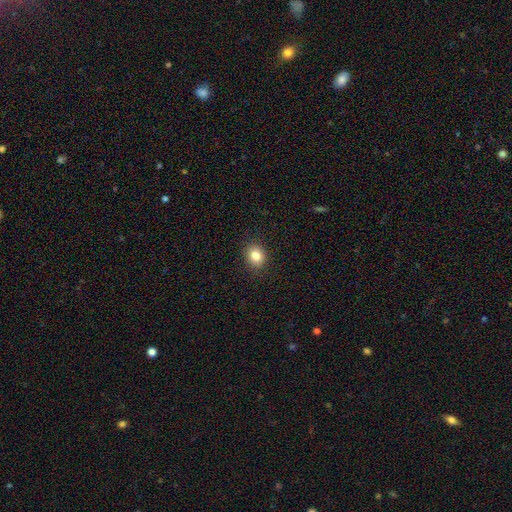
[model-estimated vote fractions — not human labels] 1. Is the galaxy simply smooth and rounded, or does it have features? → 83% smooth, 10% star or artifact, 6% featured or disk.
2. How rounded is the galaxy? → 61% round, 38% in between, 1% cigar-shaped.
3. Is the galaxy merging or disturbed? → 89% none, 8% minor disturbance, 2% major disturbance, 1% merger.